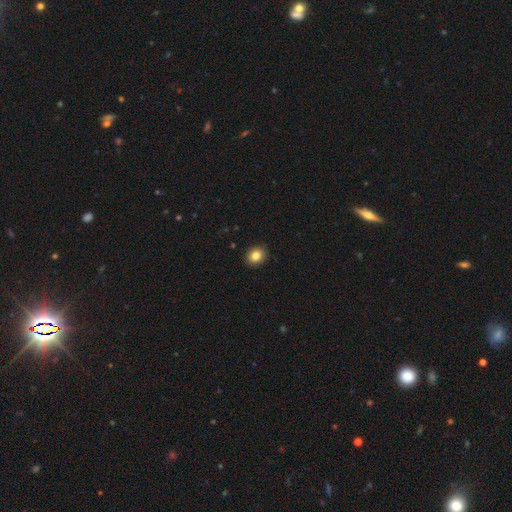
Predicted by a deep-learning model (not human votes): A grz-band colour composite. It shows a smooth galaxy with no disk features (84%) that is round (71%). Merging: none (91%).